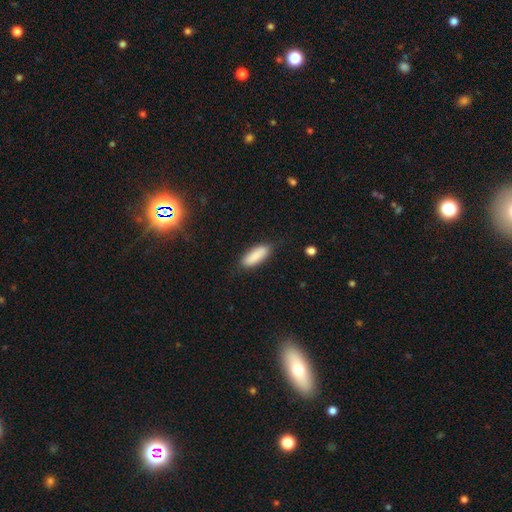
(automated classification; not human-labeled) smooth_or_featured: smooth (p=0.89) [alt: star or artifact p=0.06]
how_rounded: in between (p=0.64) [alt: cigar-shaped p=0.35]
merging: none (p=0.85) [alt: minor disturbance p=0.11]